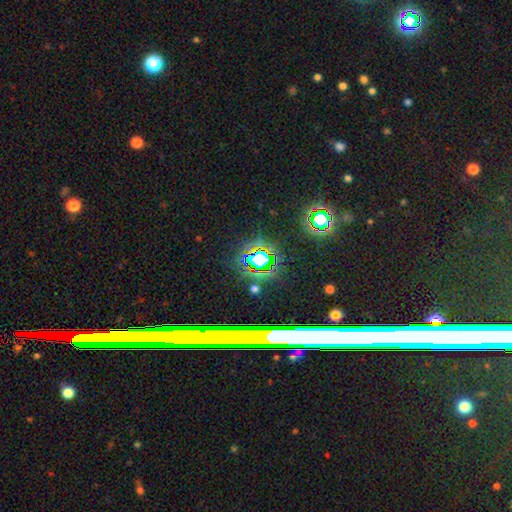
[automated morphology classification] This is likely a star or artifact rather than a galaxy (70%).